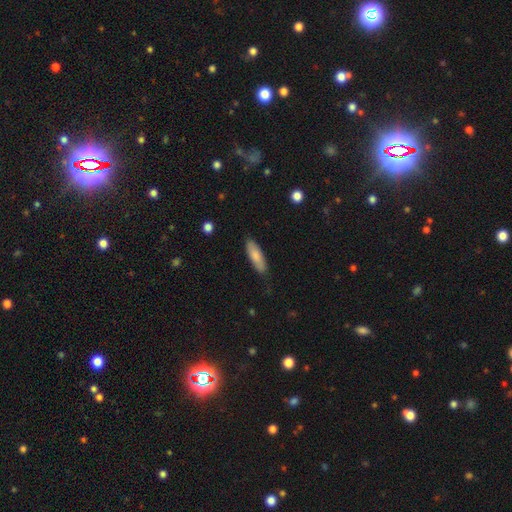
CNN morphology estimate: smooth-or-featured: smooth: 81% | featured or disk: 14% | star or artifact: 6%
  how-rounded: cigar-shaped: 50% | in between: 48% | round: 2%
  merging: none: 83% | minor disturbance: 13% | major disturbance: 2% | merger: 1%